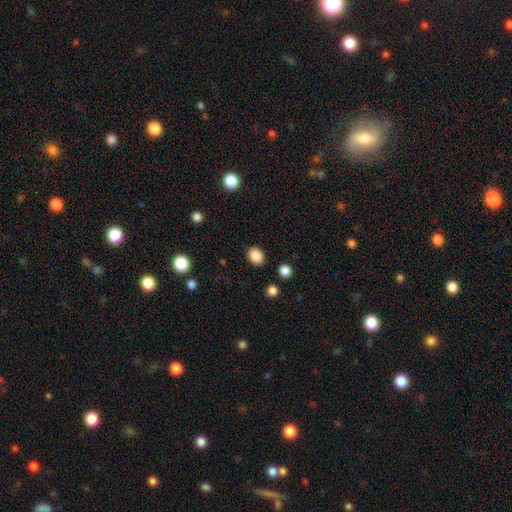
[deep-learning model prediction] Morphology: type=smooth (87%); roundness=in between (58%); merging=none (87%).